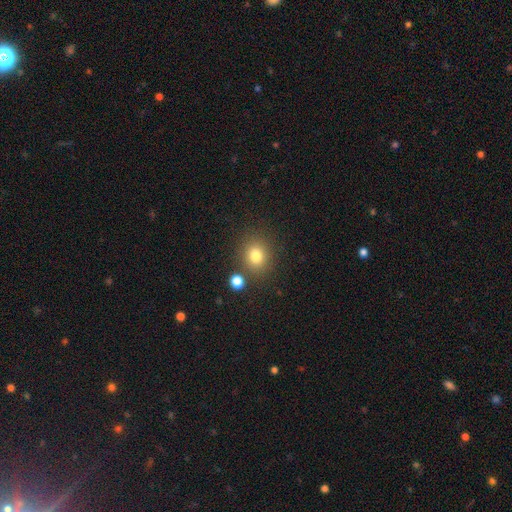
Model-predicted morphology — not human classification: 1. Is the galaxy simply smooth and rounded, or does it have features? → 80% smooth, 13% star or artifact, 7% featured or disk.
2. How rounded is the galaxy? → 77% round, 22% in between, 1% cigar-shaped.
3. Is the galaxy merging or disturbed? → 80% none, 9% minor disturbance, 7% merger, 3% major disturbance.